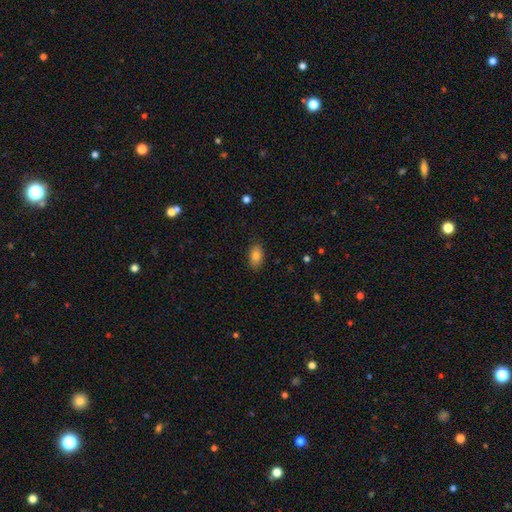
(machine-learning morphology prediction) This appears to be a smooth galaxy with no disk features (84%) that is in between round and cigar-shaped (89%). Merging: none (86%).